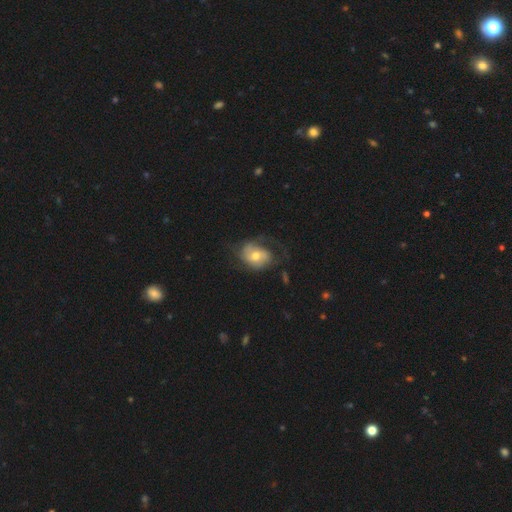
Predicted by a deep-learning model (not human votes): A featured or disk galaxy (48%). Merging: none (44%).